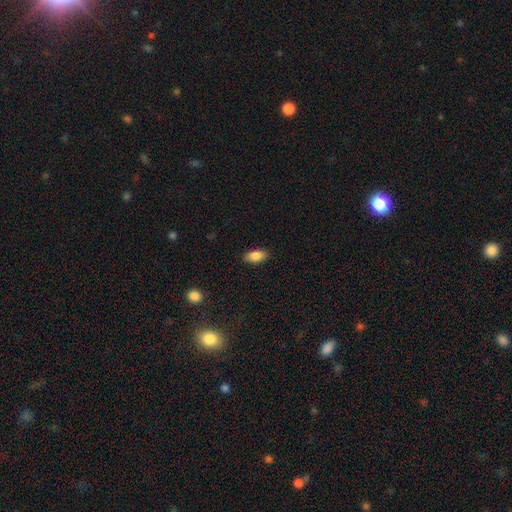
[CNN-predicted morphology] Smooth or featured: smooth — 86% (star or artifact — 8%)
How rounded: in between — 90% (cigar-shaped — 7%)
Merging: none — 88% (minor disturbance — 9%)